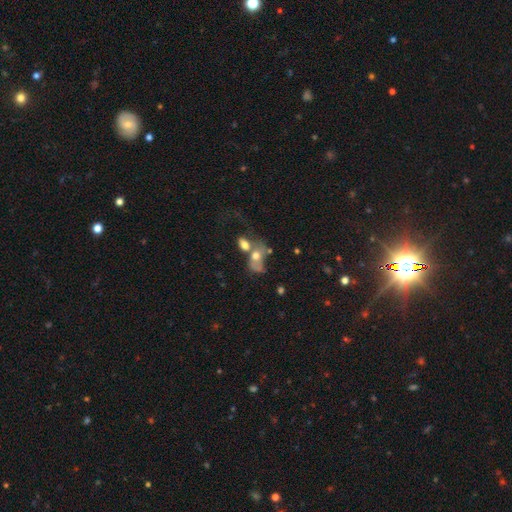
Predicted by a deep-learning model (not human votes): Smooth or featured? Predicted: smooth (p=0.57). How rounded? Predicted: in between (p=0.74). Merging? Predicted: merger (p=0.62).